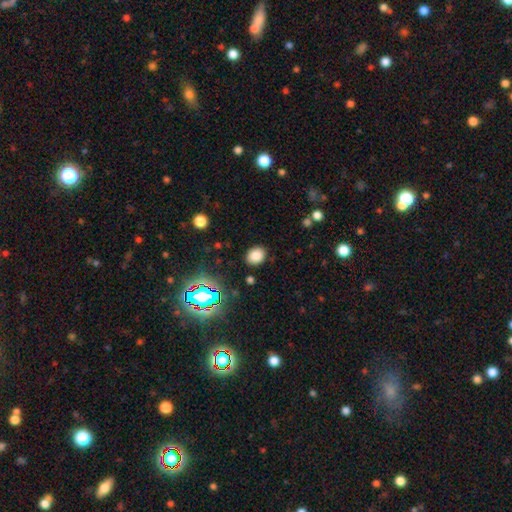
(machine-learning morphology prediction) This is likely a smooth galaxy (80%). How rounded: possibly in between (51%). Merging: clearly none (86%).